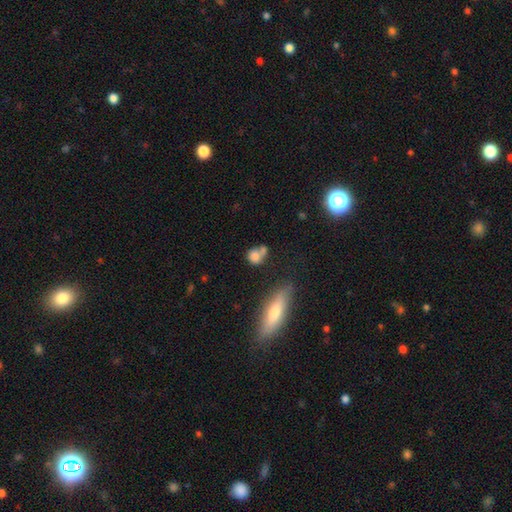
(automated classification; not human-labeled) Smooth or featured: smooth — 76% (featured or disk — 13%)
How rounded: round — 64% (in between — 32%)
Merging: none — 42% (merger — 37%)